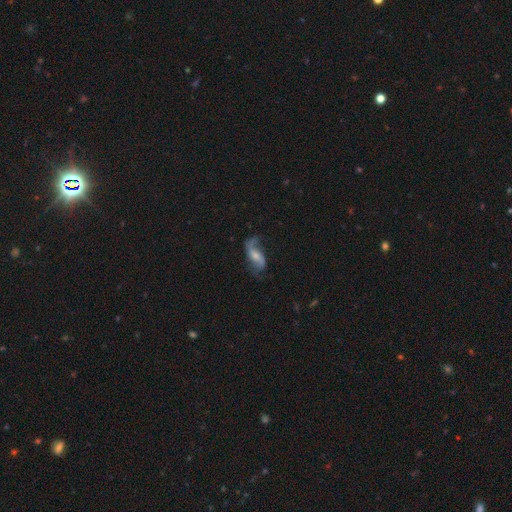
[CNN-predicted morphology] Q: Smooth or featured?
A: featured or disk (72%); runner-up: smooth (21%)
Q: Edge-on disk?
A: no (94%); runner-up: yes (6%)
Q: Bar?
A: weak (41%); runner-up: no (40%)
Q: Spiral arms?
A: yes (91%); runner-up: no (9%)
Q: Spiral winding?
A: loose (79%); runner-up: medium (16%)
Q: Spiral arm count?
A: 2 (84%); runner-up: 1 (10%)
Q: Bulge size?
A: small (46%); runner-up: moderate (39%)
Q: Merging?
A: none (55%); runner-up: minor disturbance (23%)